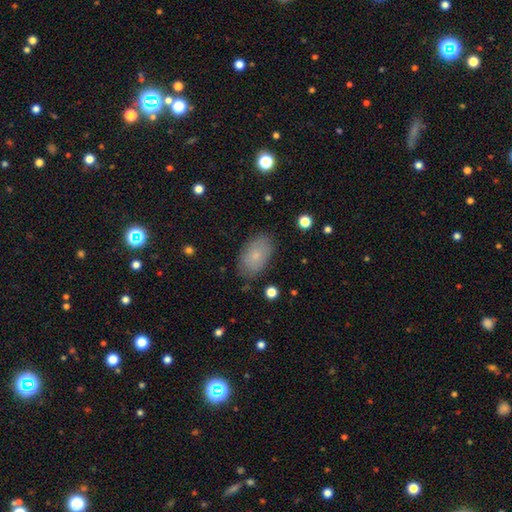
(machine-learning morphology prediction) Smooth or featured? smooth (76%)
How rounded? in between (91%)
Merging? none (82%)